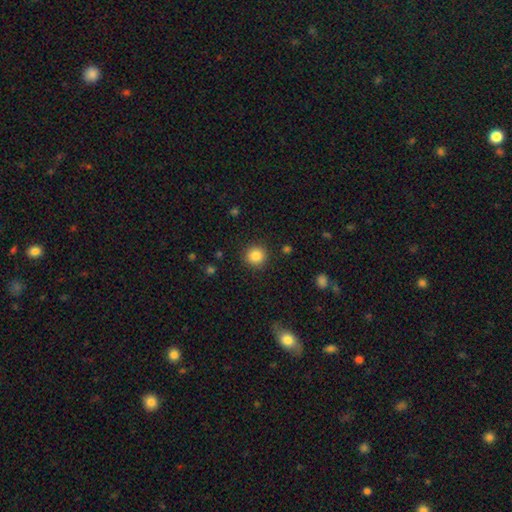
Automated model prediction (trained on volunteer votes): The model was most divided on "smooth or featured": smooth: 86%, star or artifact: 10%, featured or disk: 4%. More confident: how rounded — round (92%); merging — none (90%).